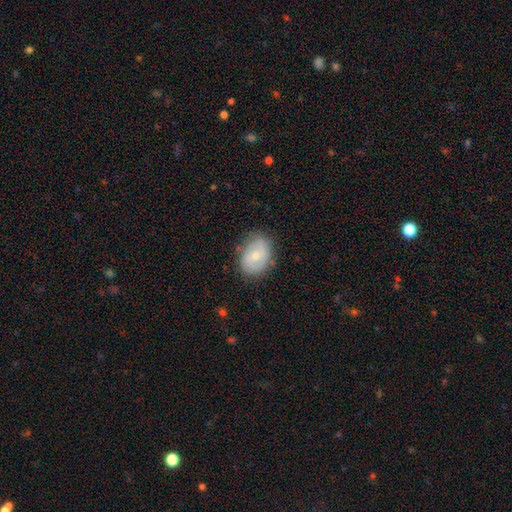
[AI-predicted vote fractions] This appears to be a smooth galaxy with no disk features (53%) that is in between round and cigar-shaped (71%). Merging: none (74%).